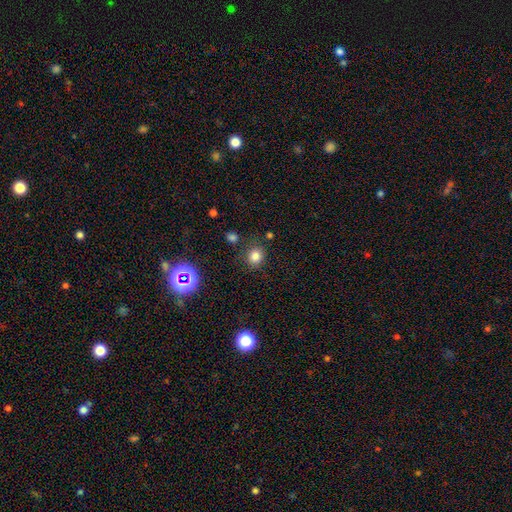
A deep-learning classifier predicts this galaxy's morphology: Smooth or featured?
  - smooth: 78% *
  - star or artifact: 16%
  - featured or disk: 6%
How rounded?
  - round: 81% *
  - in between: 18%
  - cigar-shaped: 1%
Merging?
  - none: 80% *
  - minor disturbance: 12%
  - major disturbance: 4%
  - merger: 4%